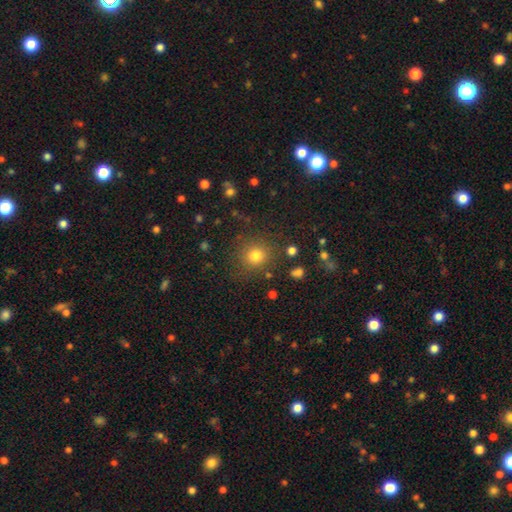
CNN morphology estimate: Q: Smooth or featured?
A: smooth (79%); runner-up: star or artifact (15%)
Q: How rounded?
A: round (90%); runner-up: in between (9%)
Q: Merging?
A: none (84%); runner-up: minor disturbance (9%)